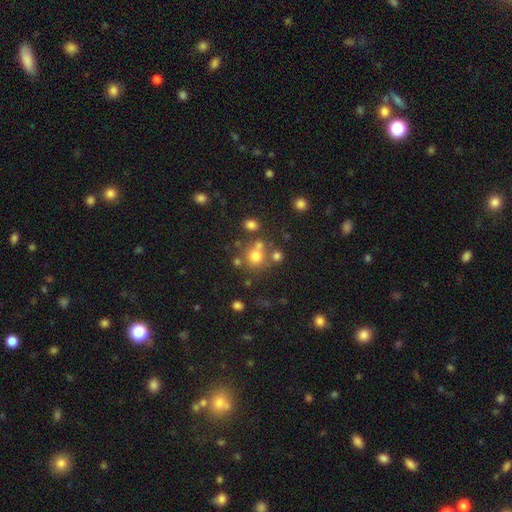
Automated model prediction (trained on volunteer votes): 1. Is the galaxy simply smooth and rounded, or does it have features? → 69% smooth, 18% star or artifact, 13% featured or disk.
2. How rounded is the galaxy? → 84% round, 15% in between, 1% cigar-shaped.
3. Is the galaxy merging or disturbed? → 60% none, 23% merger, 11% minor disturbance, 5% major disturbance.